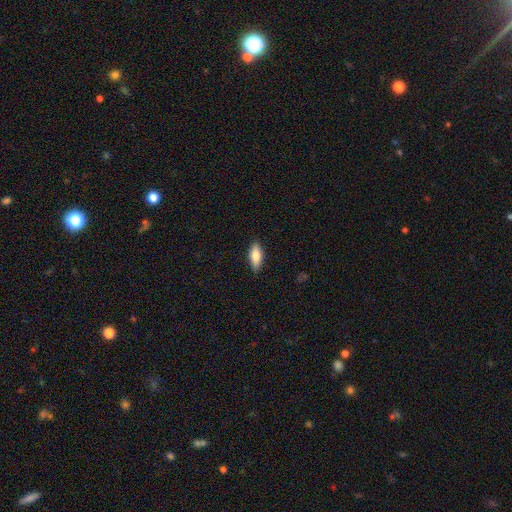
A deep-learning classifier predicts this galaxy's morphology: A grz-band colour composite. It shows a smooth galaxy with no disk features (77%) that is in between round and cigar-shaped (76%). Merging: none (87%).